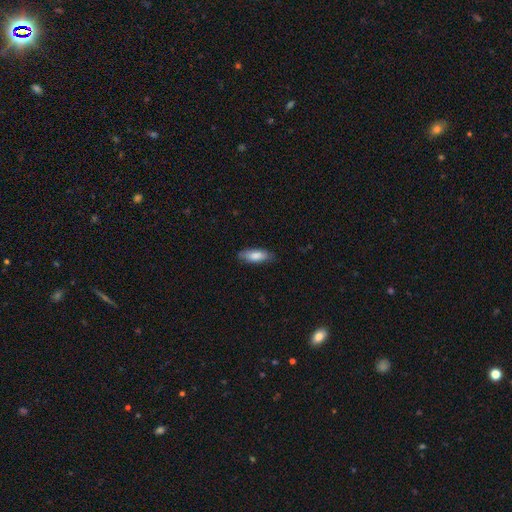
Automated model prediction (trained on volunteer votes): Smooth or featured? Predicted: smooth (p=0.82). How rounded? Predicted: in between (p=0.66). Merging? Predicted: none (p=0.82).